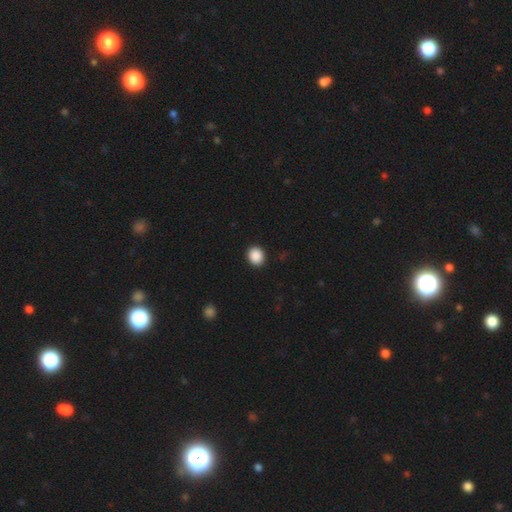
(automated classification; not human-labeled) smooth 89%, star or artifact 8%, featured or disk 2%. Down the decision tree: how rounded — round (75%); merging — none (92%).